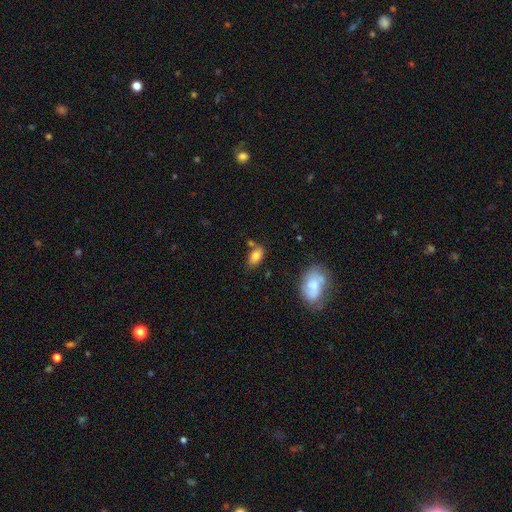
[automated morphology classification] smooth_or_featured: smooth (p=0.79) [alt: featured or disk p=0.12]
how_rounded: in between (p=0.90) [alt: round p=0.06]
merging: none (p=0.67) [alt: minor disturbance p=0.18]